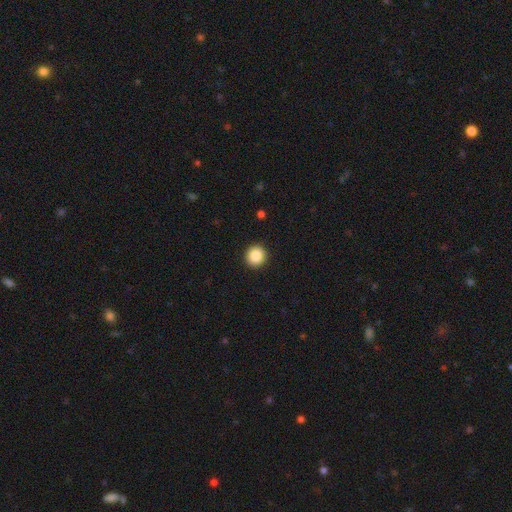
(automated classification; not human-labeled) Smooth or featured? Predicted: smooth (p=0.88). How rounded? Predicted: round (p=0.92). Merging? Predicted: none (p=0.93).